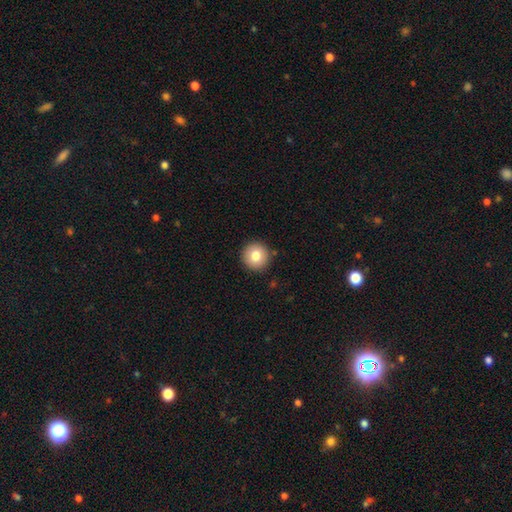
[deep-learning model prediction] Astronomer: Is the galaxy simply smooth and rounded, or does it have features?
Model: smooth — 79%.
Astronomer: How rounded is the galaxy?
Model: round — 95%.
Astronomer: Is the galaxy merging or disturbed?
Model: none — 91%.